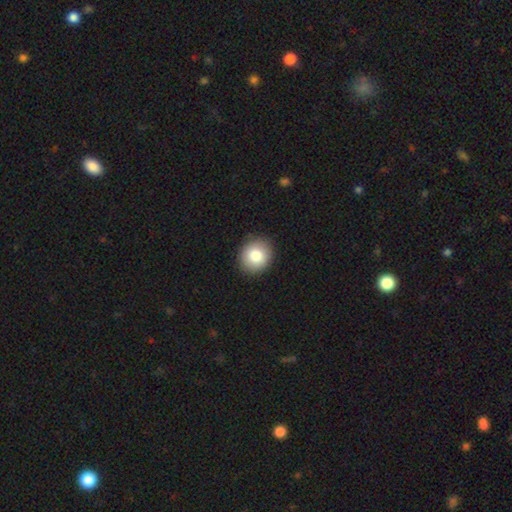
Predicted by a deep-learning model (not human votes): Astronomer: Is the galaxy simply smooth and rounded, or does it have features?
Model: smooth — 83%.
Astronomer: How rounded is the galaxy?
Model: round — 82%.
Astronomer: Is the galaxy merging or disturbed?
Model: none — 91%.